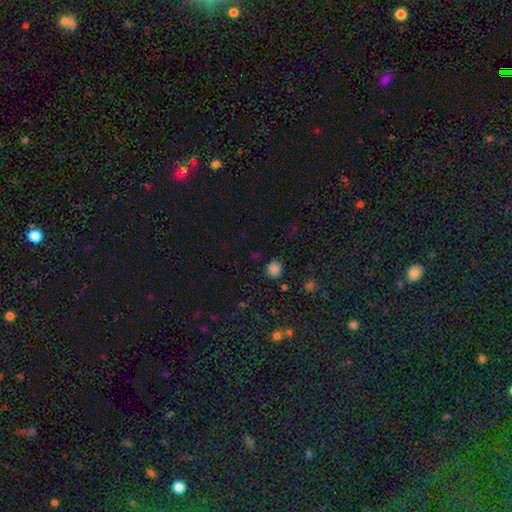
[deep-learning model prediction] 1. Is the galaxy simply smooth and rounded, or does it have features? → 72% smooth, 24% star or artifact, 4% featured or disk.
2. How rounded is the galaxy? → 87% round, 12% in between, 1% cigar-shaped.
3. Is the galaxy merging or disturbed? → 86% none, 9% minor disturbance, 3% major disturbance, 2% merger.